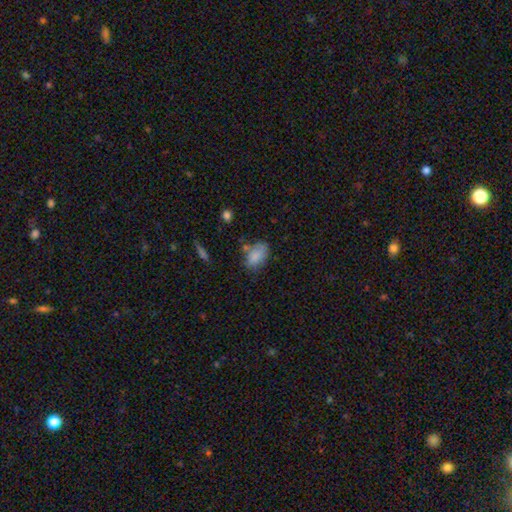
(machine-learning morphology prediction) A smooth galaxy with no disk features (80%) that is in between round and cigar-shaped (84%).

Vote fractions:
- Smooth or featured? smooth: 80% / featured or disk: 11% / star or artifact: 9%
- How rounded? in between: 84% / round: 15% / cigar-shaped: 1%
- Merging? none: 56% / minor disturbance: 26% / major disturbance: 10% / merger: 9%